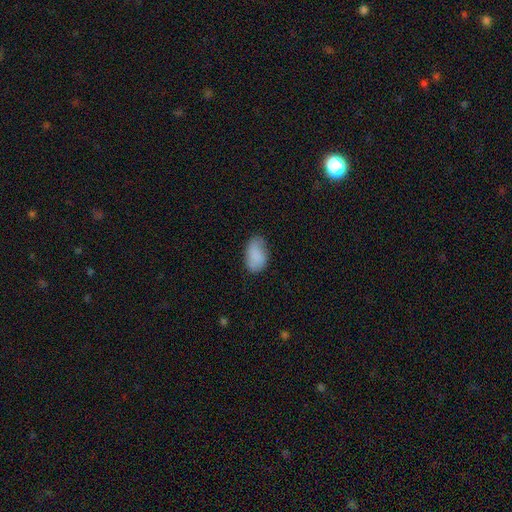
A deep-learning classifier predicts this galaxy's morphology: smooth 86%, featured or disk 7%, star or artifact 7%. Down the decision tree: how rounded — in between (93%); merging — none (66%).